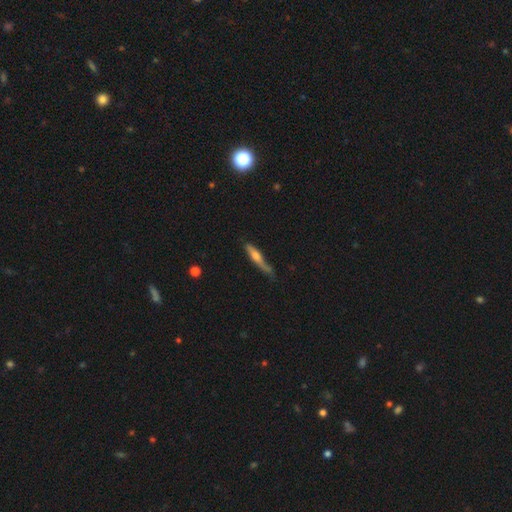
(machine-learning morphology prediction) Smooth or featured? Predicted: featured or disk (p=0.49). Merging? Predicted: none (p=0.55).